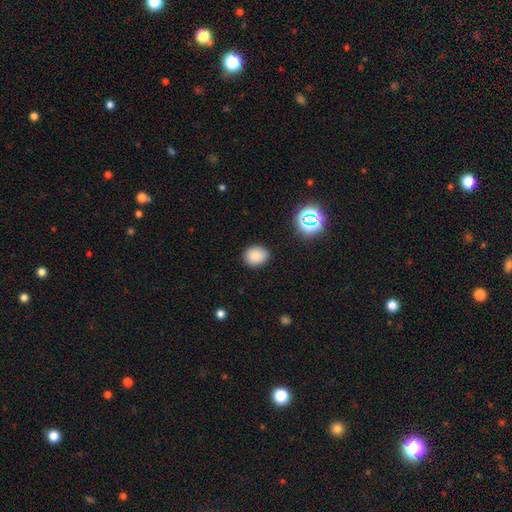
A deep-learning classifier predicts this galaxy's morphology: Smooth or featured: smooth — 83% (star or artifact — 13%)
How rounded: round — 62% (in between — 37%)
Merging: none — 89% (minor disturbance — 8%)